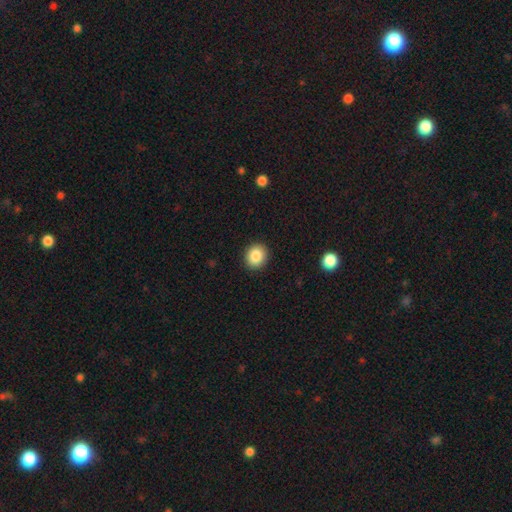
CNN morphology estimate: smooth_or_featured: smooth (p=0.86) [alt: star or artifact p=0.09]
how_rounded: round (p=0.75) [alt: in between p=0.24]
merging: none (p=0.92) [alt: minor disturbance p=0.06]